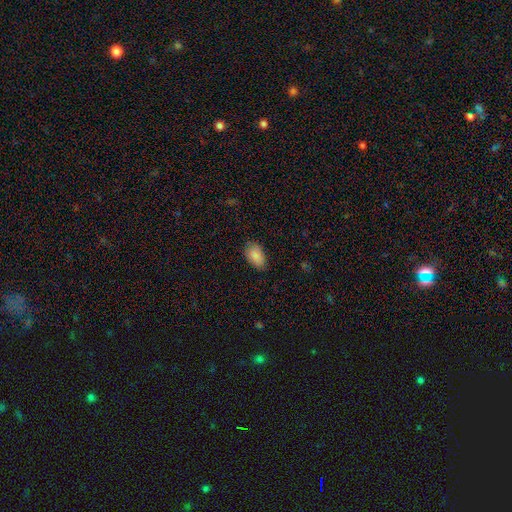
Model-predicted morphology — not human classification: smooth 88%, star or artifact 7%, featured or disk 6%. Down the decision tree: how rounded — in between (94%); merging — none (80%).